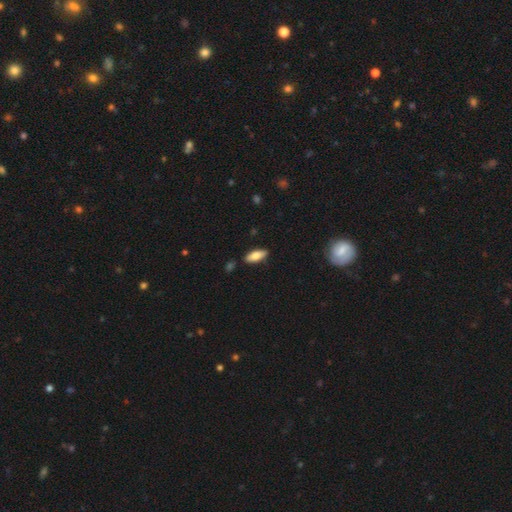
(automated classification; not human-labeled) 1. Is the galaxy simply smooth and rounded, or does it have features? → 80% smooth, 14% featured or disk, 6% star or artifact.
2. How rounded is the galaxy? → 73% in between, 25% cigar-shaped, 2% round.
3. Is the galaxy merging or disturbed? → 85% none, 11% minor disturbance, 2% major disturbance, 2% merger.